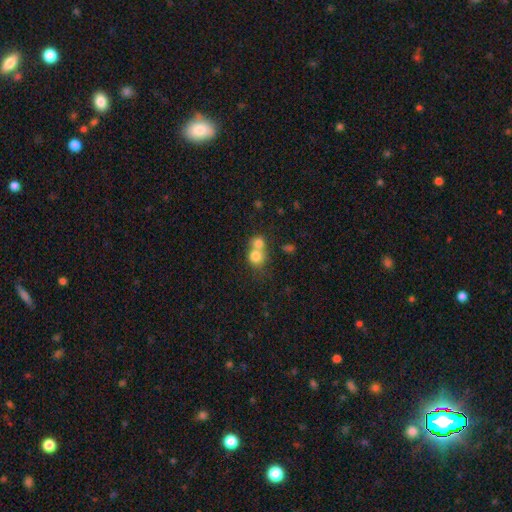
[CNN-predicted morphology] smooth_or_featured: smooth (p=0.77) [alt: featured or disk p=0.13]
how_rounded: round (p=0.76) [alt: in between p=0.23]
merging: merger (p=0.63) [alt: none p=0.29]